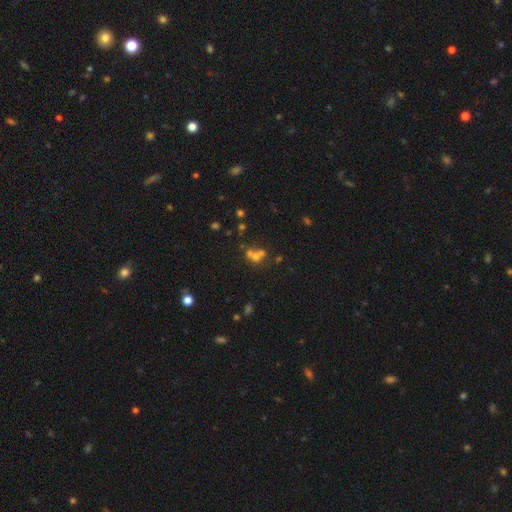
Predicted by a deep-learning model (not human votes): Smooth or featured? smooth (52%)
How rounded? round (72%)
Merging? merger (54%)